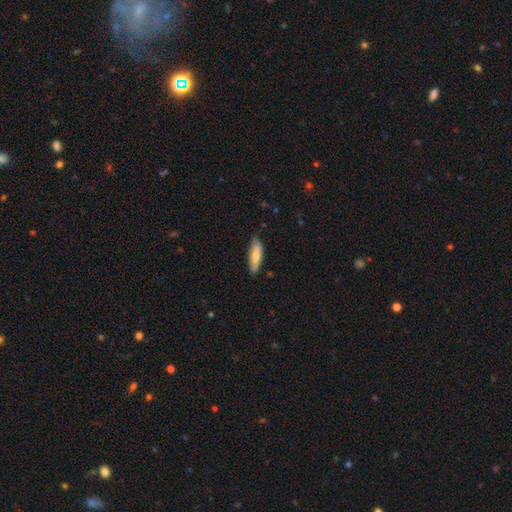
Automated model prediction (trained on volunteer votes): smooth-or-featured: smooth: 70% | featured or disk: 24% | star or artifact: 6%
  how-rounded: cigar-shaped: 53% | in between: 45% | round: 2%
  merging: none: 80% | minor disturbance: 16% | major disturbance: 2% | merger: 1%